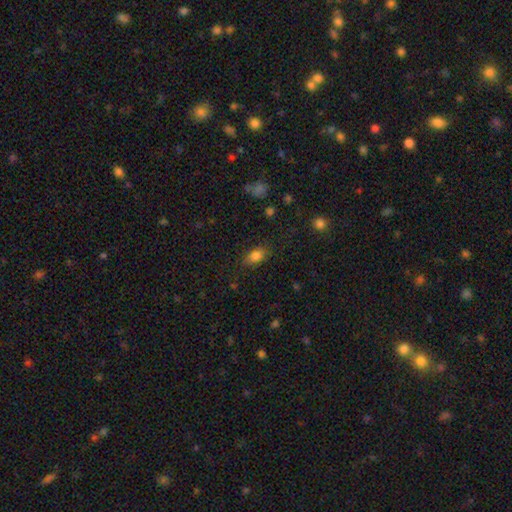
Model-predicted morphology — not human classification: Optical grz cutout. It shows a smooth galaxy with no disk features (83%) that is in between round and cigar-shaped (83%). Merging: none (78%).